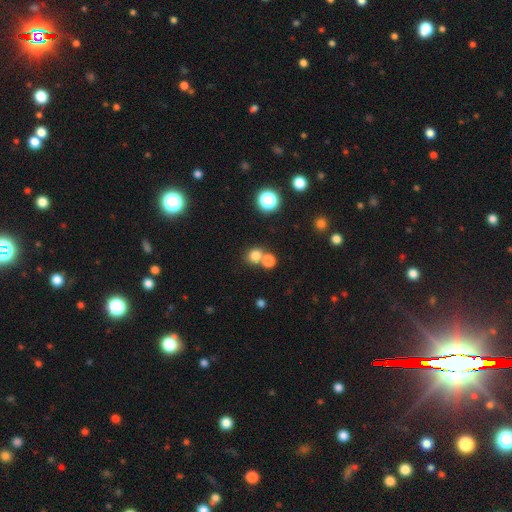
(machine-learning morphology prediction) smooth_or_featured: smooth (p=0.78) [alt: star or artifact p=0.15]
how_rounded: round (p=0.83) [alt: in between p=0.16]
merging: none (p=0.55) [alt: merger p=0.36]